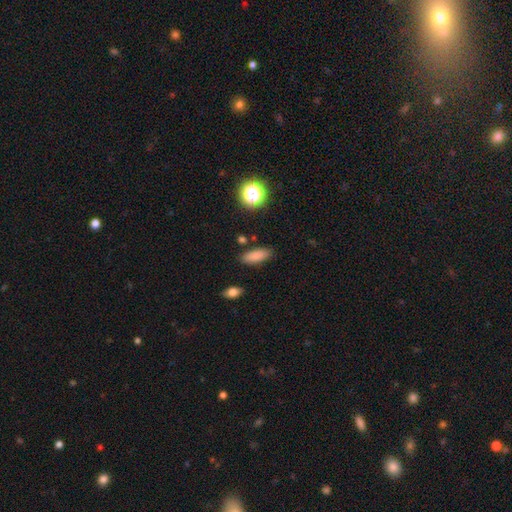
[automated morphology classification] A smooth galaxy with no disk features (84%) that is in between round and cigar-shaped (73%). Merging: none (85%).